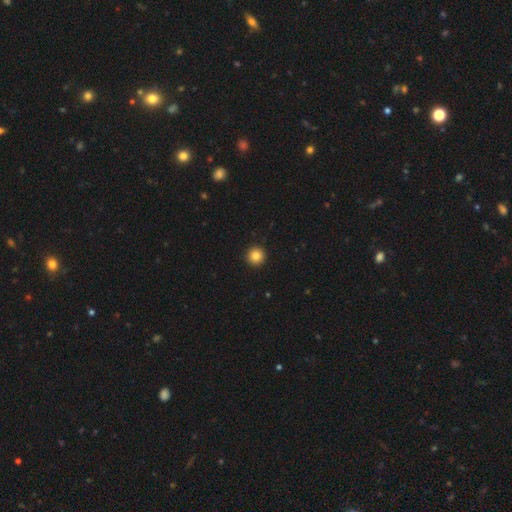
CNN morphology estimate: Overall: smooth (85%). How rounded: round (96%). Merging: none (94%).